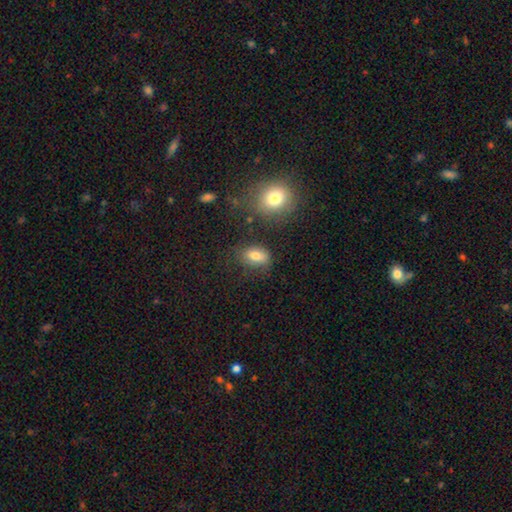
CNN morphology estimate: A smooth galaxy with no disk features (77%) that is in between round and cigar-shaped (83%). Merging: none (71%).